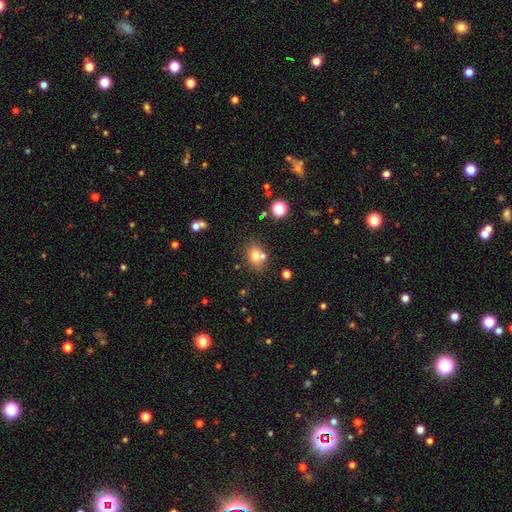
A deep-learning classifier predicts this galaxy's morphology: A smooth galaxy with no disk features (70%) that is round (56%).

Vote fractions:
- Smooth or featured? smooth: 70% / star or artifact: 16% / featured or disk: 14%
- How rounded? round: 56% / in between: 43% / cigar-shaped: 1%
- Merging? none: 60% / merger: 24% / minor disturbance: 12% / major disturbance: 4%